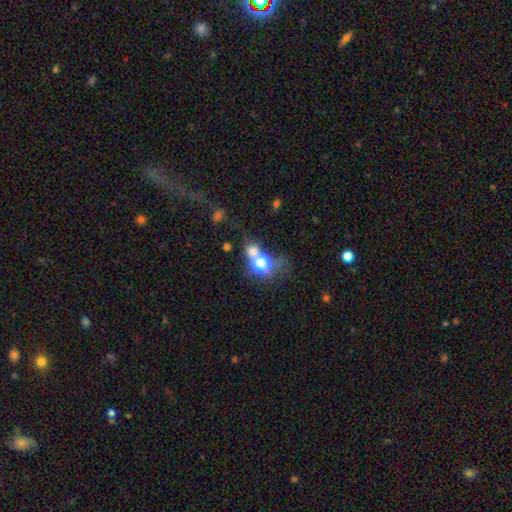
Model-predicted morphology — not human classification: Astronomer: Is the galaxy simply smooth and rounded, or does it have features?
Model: smooth — 60%.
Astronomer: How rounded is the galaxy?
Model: round — 69%.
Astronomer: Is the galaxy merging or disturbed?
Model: merger — 44% (runner-up: none, 37%).